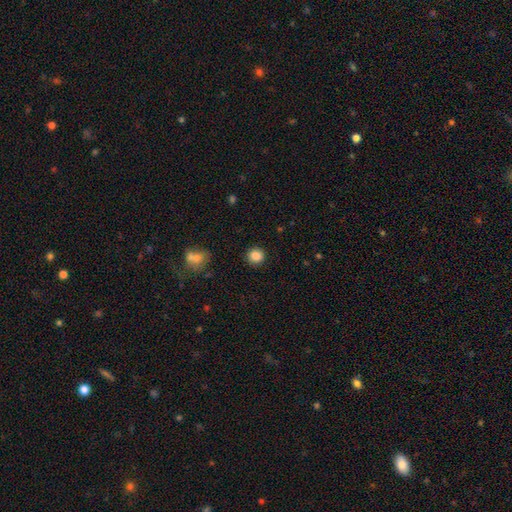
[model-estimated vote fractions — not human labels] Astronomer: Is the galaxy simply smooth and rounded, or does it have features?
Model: smooth — 85%.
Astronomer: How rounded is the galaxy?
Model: round — 91%.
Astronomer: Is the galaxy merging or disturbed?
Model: none — 91%.